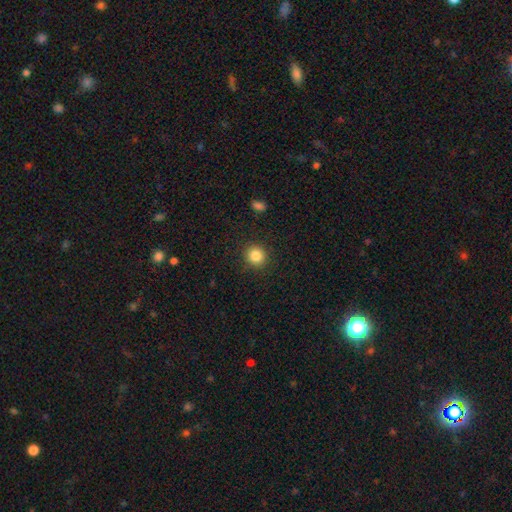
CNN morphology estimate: A smooth galaxy with no disk features (85%) that is round (89%).

Vote fractions:
- Smooth or featured? smooth: 85% / star or artifact: 10% / featured or disk: 5%
- How rounded? round: 89% / in between: 10% / cigar-shaped: 1%
- Merging? none: 90% / minor disturbance: 6% / major disturbance: 2% / merger: 1%